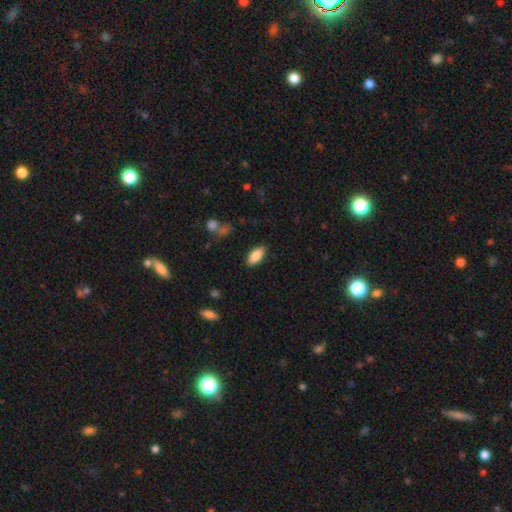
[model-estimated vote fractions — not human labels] Smooth or featured? smooth (85%)
How rounded? in between (84%)
Merging? none (86%)